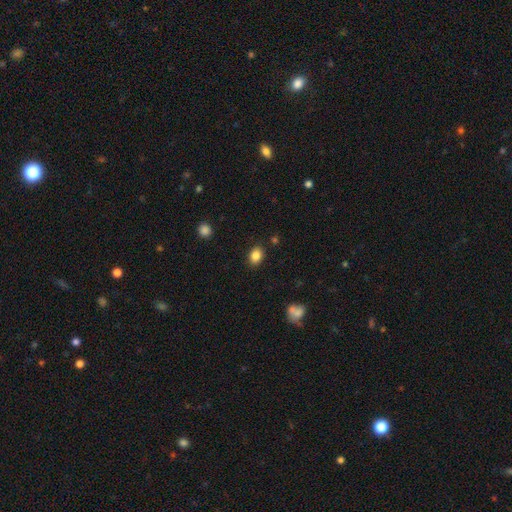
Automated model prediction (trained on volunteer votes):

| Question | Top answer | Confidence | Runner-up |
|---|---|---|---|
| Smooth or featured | smooth | 85% | star or artifact (10%) |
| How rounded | in between | 64% | round (35%) |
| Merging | none | 87% | minor disturbance (9%) |